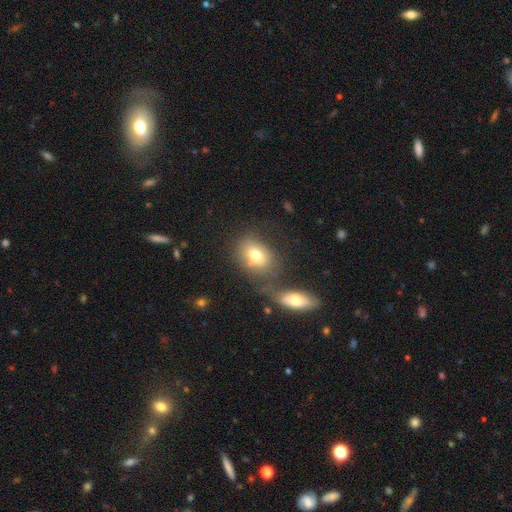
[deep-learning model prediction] Smooth or featured? smooth (75%)
How rounded? in between (69%)
Merging? none (51%)